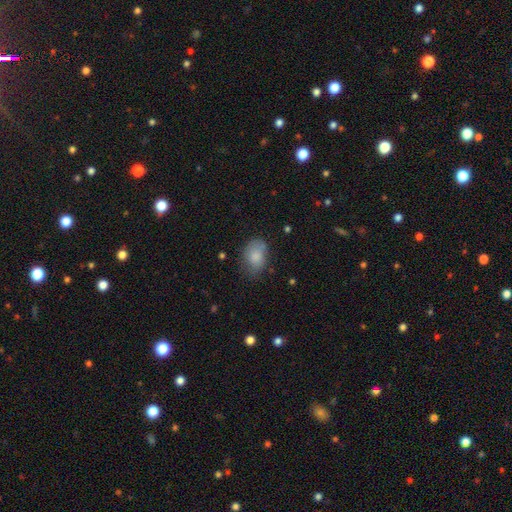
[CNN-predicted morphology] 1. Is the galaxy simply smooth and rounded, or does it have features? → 81% smooth, 11% featured or disk, 8% star or artifact.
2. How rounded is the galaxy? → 74% in between, 25% round, 1% cigar-shaped.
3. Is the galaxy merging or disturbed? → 58% none, 29% minor disturbance, 10% major disturbance, 4% merger.